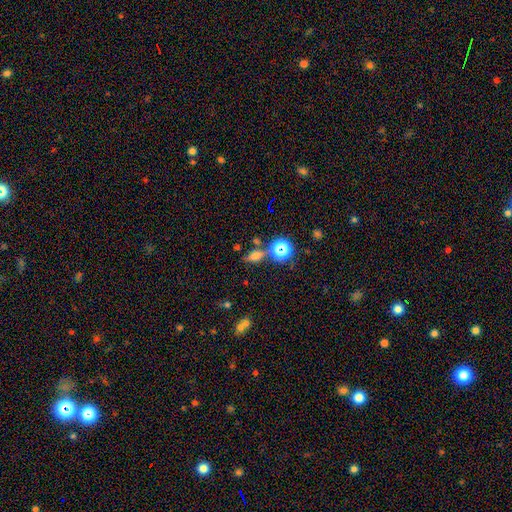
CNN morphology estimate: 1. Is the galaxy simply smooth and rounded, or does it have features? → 53% smooth, 28% star or artifact, 19% featured or disk.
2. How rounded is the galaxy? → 57% in between, 22% cigar-shaped, 21% round.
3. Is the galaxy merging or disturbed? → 68% none, 13% minor disturbance, 13% merger, 5% major disturbance.